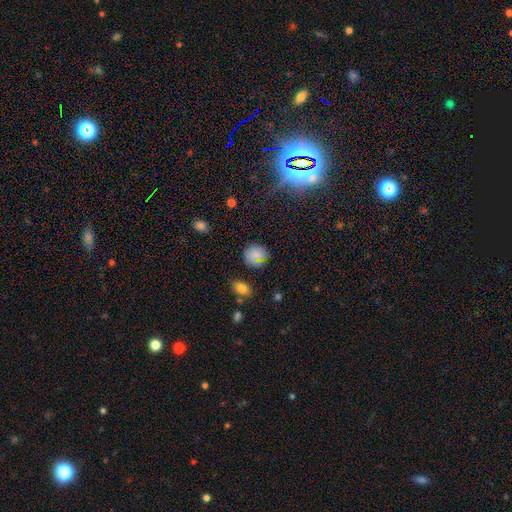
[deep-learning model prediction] Overall: smooth (77%). How rounded: round (81%). Merging: none (74%).